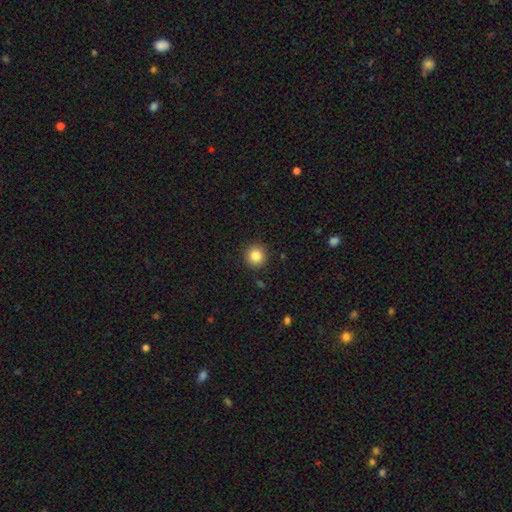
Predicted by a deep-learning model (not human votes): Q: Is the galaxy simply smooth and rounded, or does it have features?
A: smooth — 84%.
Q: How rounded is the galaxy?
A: round — 94%.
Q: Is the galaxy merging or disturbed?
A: none — 91%.